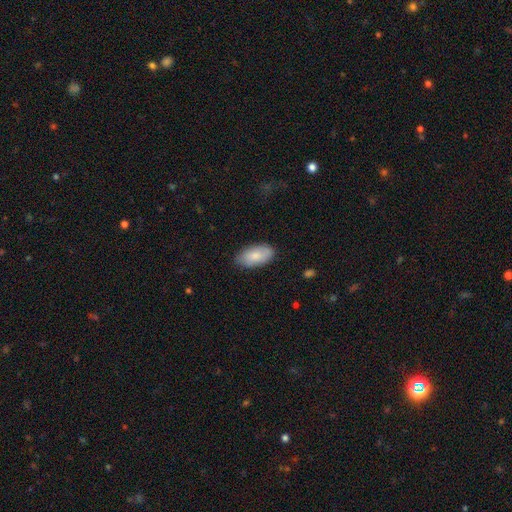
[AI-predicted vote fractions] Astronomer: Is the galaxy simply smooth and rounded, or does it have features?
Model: smooth — 80%.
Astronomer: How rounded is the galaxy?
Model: in between — 94%.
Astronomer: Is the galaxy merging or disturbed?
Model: none — 80%.